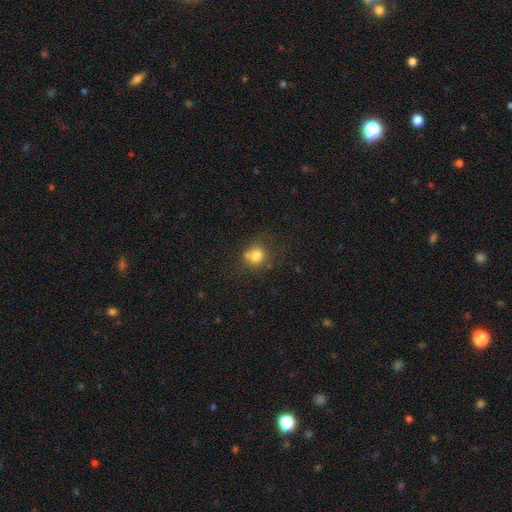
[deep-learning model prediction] Overall: smooth (77%). How rounded: round (81%). Merging: none (55%; merger 19%).